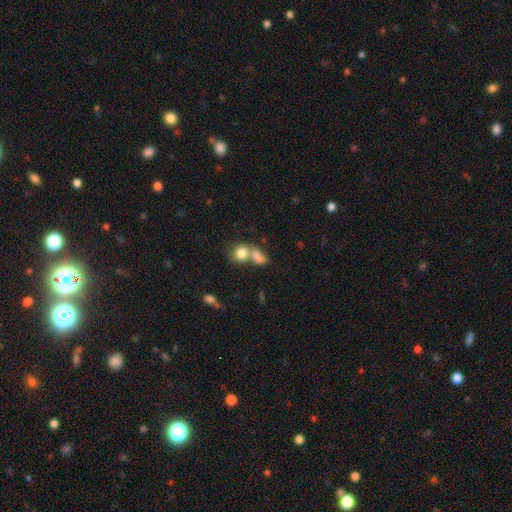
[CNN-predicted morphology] smooth_or_featured: smooth (p=0.79) [alt: featured or disk p=0.11]
how_rounded: in between (p=0.56) [alt: round p=0.40]
merging: merger (p=0.61) [alt: none p=0.26]